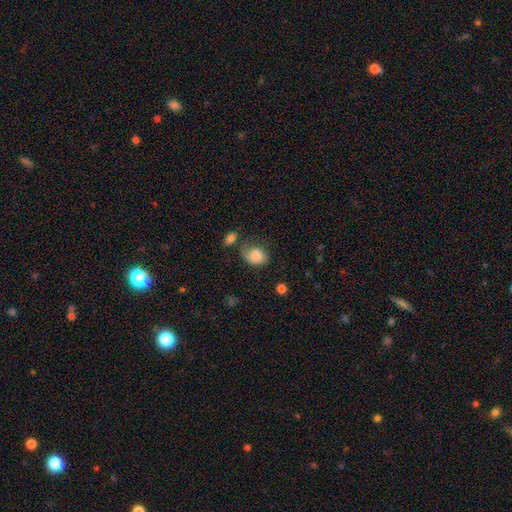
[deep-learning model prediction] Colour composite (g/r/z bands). It shows a smooth galaxy with no disk features (80%) that is in between round and cigar-shaped (75%). Merging: none (43%).